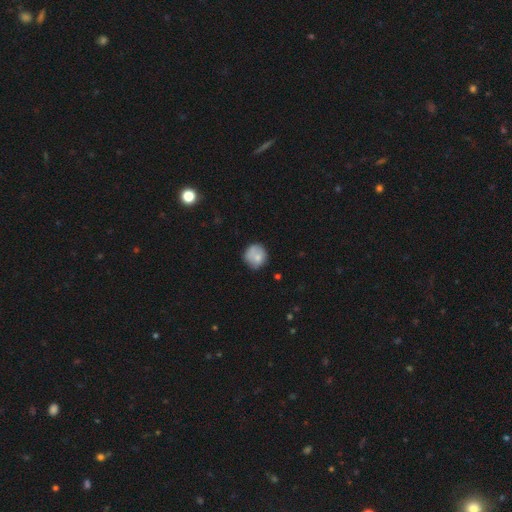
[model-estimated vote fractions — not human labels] The model was most divided on "merging": none: 62%, minor disturbance: 24%, merger: 7%, major disturbance: 7%. More confident: how rounded — round (84%); smooth or featured — smooth (73%).